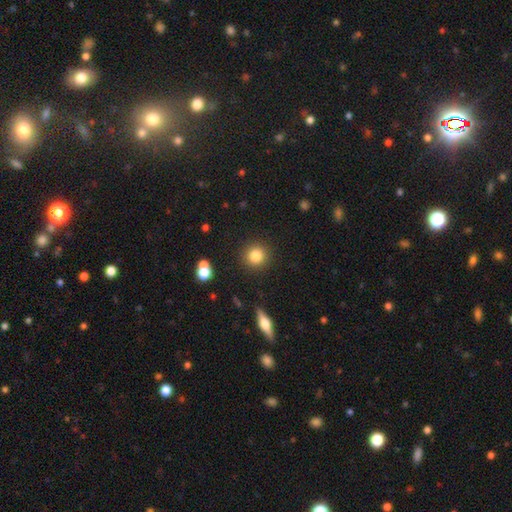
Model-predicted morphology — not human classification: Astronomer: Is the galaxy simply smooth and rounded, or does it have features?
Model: smooth — 84%.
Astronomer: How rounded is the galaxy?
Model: round — 92%.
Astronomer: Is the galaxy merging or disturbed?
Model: none — 88%.